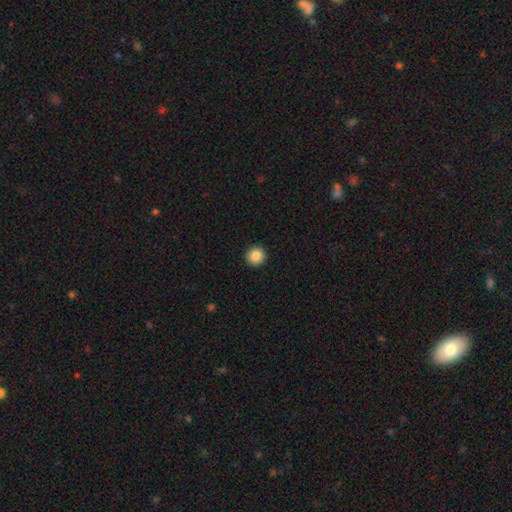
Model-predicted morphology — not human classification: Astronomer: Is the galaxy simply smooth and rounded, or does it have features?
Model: smooth — 87%.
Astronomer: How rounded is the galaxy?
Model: round — 94%.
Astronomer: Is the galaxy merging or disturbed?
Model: none — 93%.